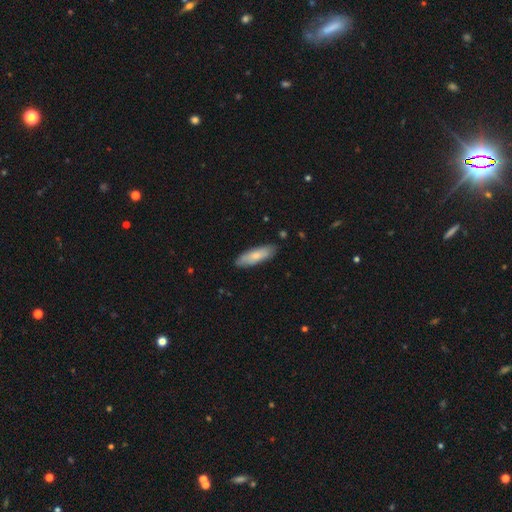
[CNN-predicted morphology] type=smooth (74%); roundness=cigar-shaped (52%); merging=none (86%).